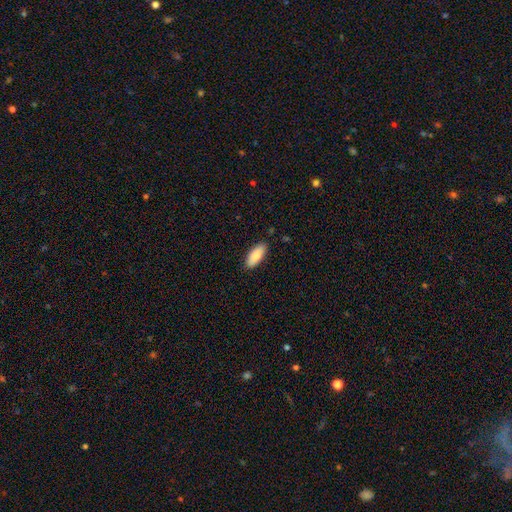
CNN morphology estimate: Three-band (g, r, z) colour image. It shows a smooth galaxy with no disk features (83%) that is in between round and cigar-shaped (79%). Merging: none (88%).